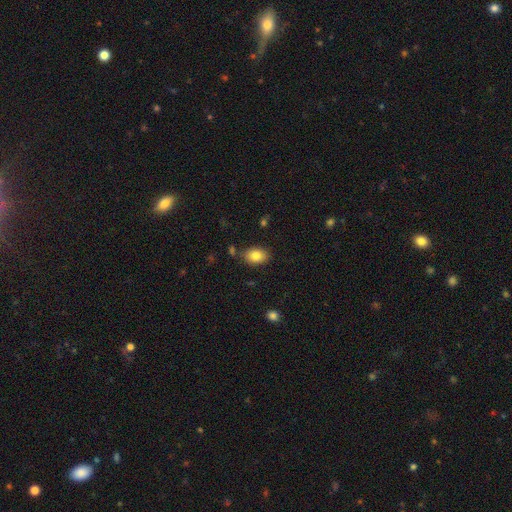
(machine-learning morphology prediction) Smooth or featured?
  - smooth: 84% *
  - featured or disk: 8%
  - star or artifact: 8%
How rounded?
  - in between: 84% *
  - round: 15%
  - cigar-shaped: 1%
Merging?
  - none: 82% *
  - minor disturbance: 12%
  - merger: 3%
  - major disturbance: 3%